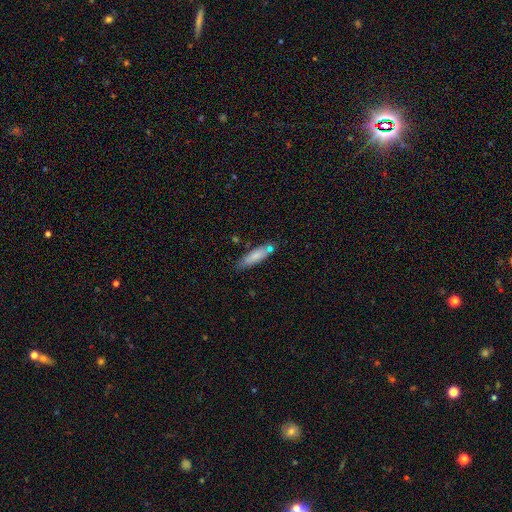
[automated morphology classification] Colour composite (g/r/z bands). It shows a smooth galaxy with no disk features (79%) that is cigar-shaped (68%). Merging: none (71%).